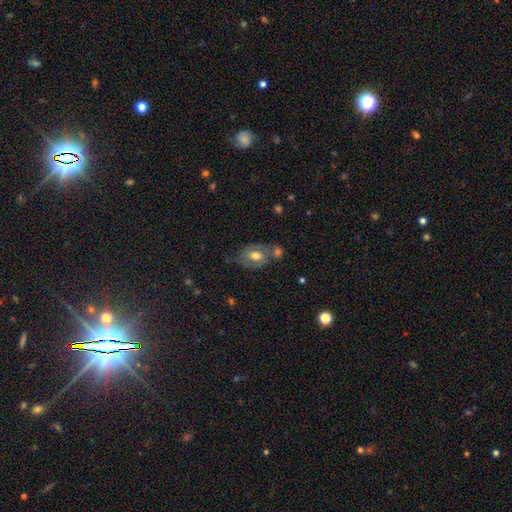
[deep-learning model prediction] A smooth galaxy with no disk features (49%). Merging: none (50%).